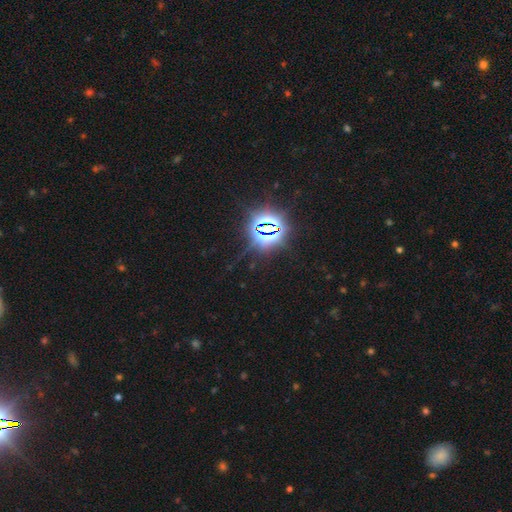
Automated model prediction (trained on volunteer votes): Overall: star or artifact (84%).